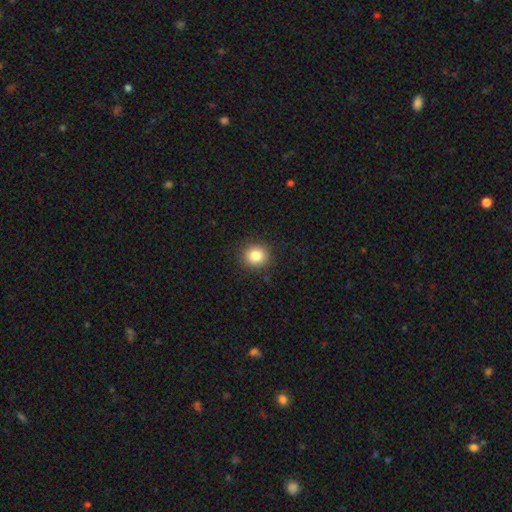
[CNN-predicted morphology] This appears to be a smooth galaxy with no disk features (84%) that is round (87%). Merging: none (90%).